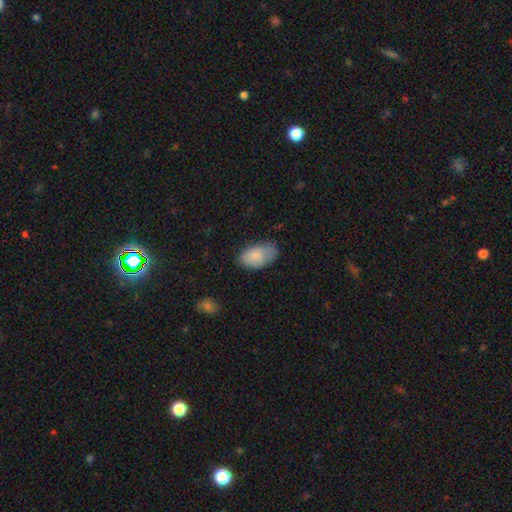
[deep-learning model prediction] The model was most divided on "merging": none: 72%, minor disturbance: 22%, major disturbance: 4%, merger: 1%. More confident: how rounded — in between (94%); smooth or featured — smooth (82%).